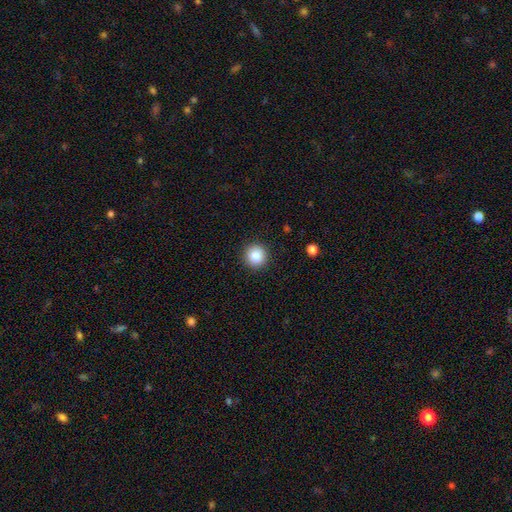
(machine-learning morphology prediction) smooth-or-featured: smooth: 83% | star or artifact: 10% | featured or disk: 7%
  how-rounded: round: 95% | in between: 4% | cigar-shaped: 1%
  merging: none: 92% | minor disturbance: 5% | major disturbance: 2% | merger: 1%